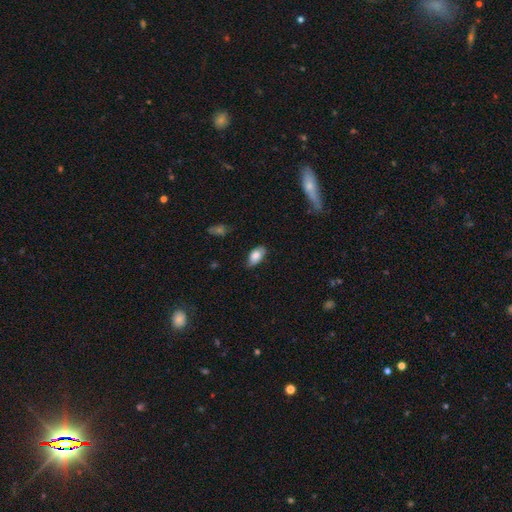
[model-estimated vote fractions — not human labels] Q: Smooth or featured?
A: smooth (81%); runner-up: featured or disk (12%)
Q: How rounded?
A: in between (93%); runner-up: cigar-shaped (4%)
Q: Merging?
A: none (76%); runner-up: minor disturbance (20%)